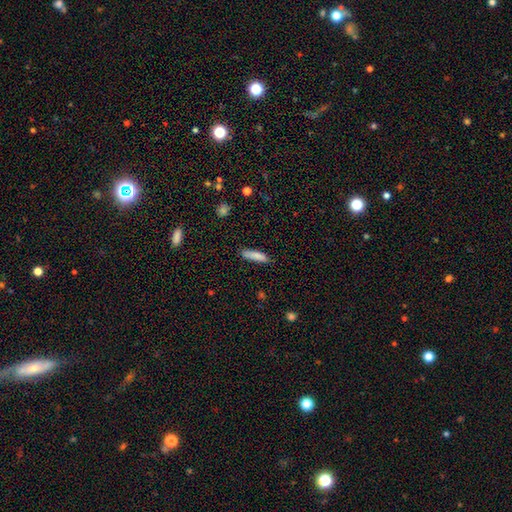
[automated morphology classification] This is clearly a smooth galaxy (84%). How rounded: likely cigar-shaped (74%). Merging: clearly none (83%).